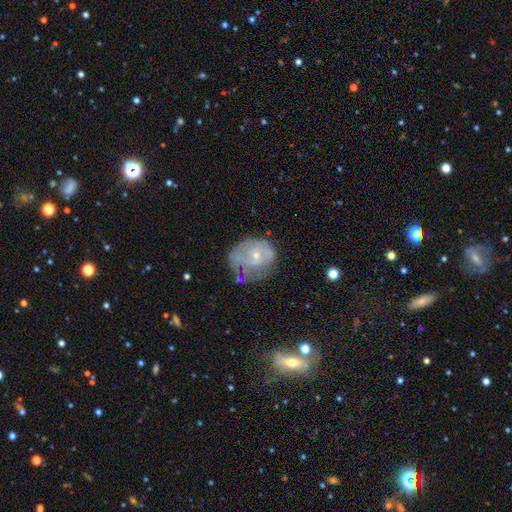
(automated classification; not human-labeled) Smooth or featured? featured or disk (62%)
Edge-on disk? no (97%)
Bar? no (65%)
Spiral arms? yes (64%)
Bulge size? small (70%)
Merging? none (44%)